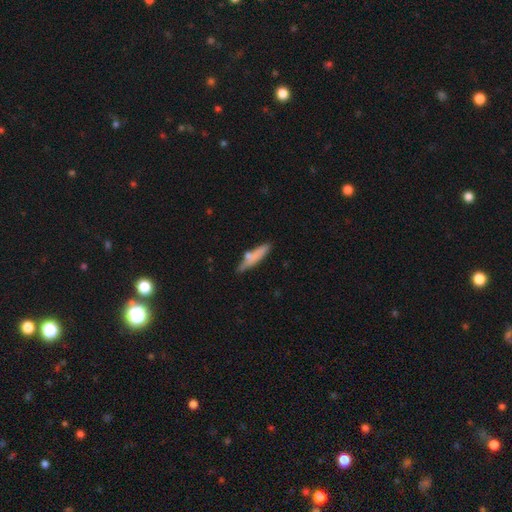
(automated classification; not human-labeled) A smooth galaxy with no disk features (69%) that is cigar-shaped (82%).

Vote fractions:
- Smooth or featured? smooth: 69% / featured or disk: 24% / star or artifact: 7%
- How rounded? cigar-shaped: 82% / in between: 17% / round: 2%
- Merging? none: 64% / minor disturbance: 21% / merger: 10% / major disturbance: 5%